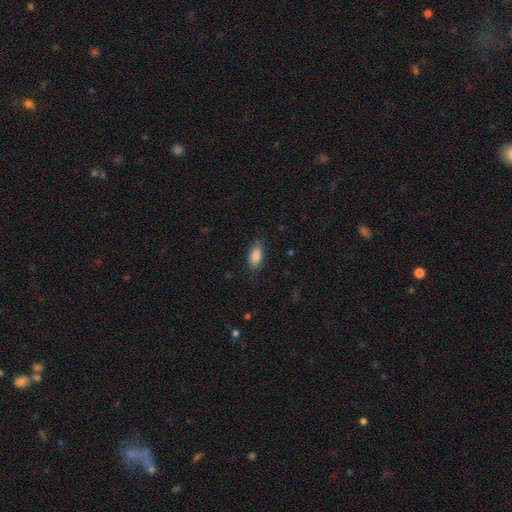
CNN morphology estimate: smooth_or_featured: smooth (p=0.86) [alt: featured or disk p=0.07]
how_rounded: in between (p=0.88) [alt: cigar-shaped p=0.09]
merging: none (p=0.78) [alt: minor disturbance p=0.16]